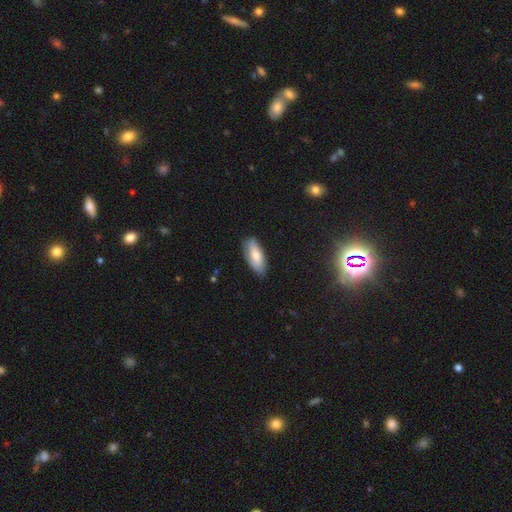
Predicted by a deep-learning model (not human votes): A smooth galaxy with no disk features (76%) that is in between round and cigar-shaped (79%).

Vote fractions:
- Smooth or featured? smooth: 76% / featured or disk: 18% / star or artifact: 6%
- How rounded? in between: 79% / cigar-shaped: 19% / round: 2%
- Merging? none: 80% / minor disturbance: 17% / major disturbance: 3% / merger: 1%